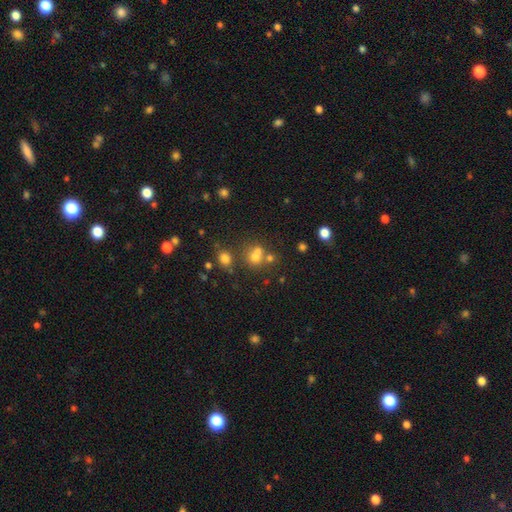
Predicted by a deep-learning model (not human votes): This is likely a smooth galaxy (63%). How rounded: likely round (75%). Merging: marginally none (44%).